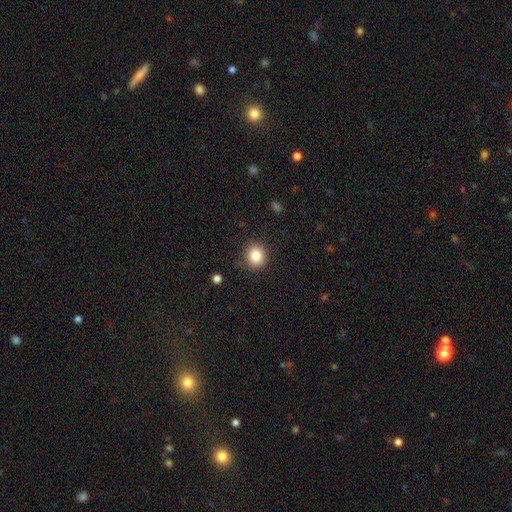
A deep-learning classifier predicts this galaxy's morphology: A smooth galaxy with no disk features (84%) that is round (79%).

Vote fractions:
- Smooth or featured? smooth: 84% / star or artifact: 10% / featured or disk: 6%
- How rounded? round: 79% / in between: 20% / cigar-shaped: 1%
- Merging? none: 86% / minor disturbance: 10% / major disturbance: 3% / merger: 1%